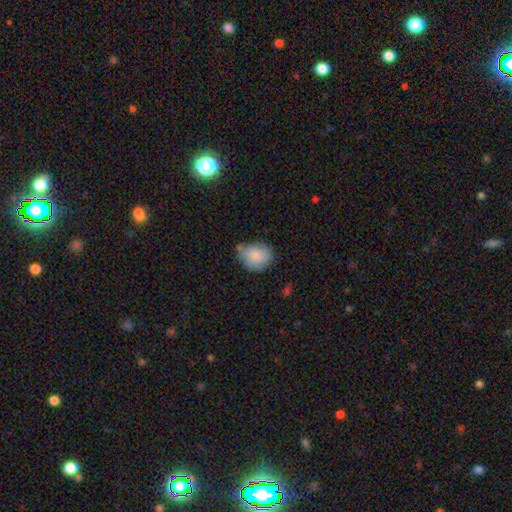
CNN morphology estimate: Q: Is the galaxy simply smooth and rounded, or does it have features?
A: smooth — 84%.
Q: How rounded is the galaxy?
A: round — 52%.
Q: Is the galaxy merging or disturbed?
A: none — 63%.